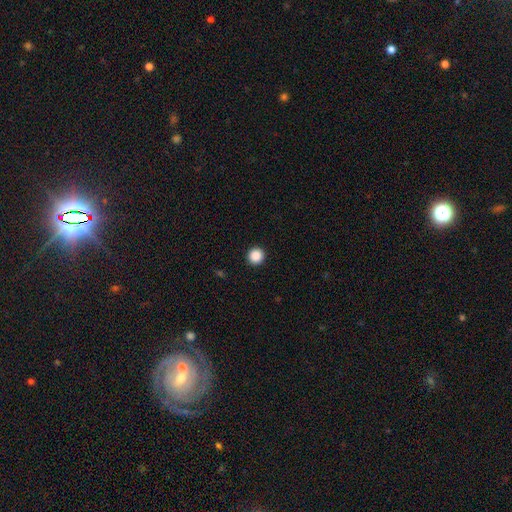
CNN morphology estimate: Smooth or featured?
  - smooth: 88% *
  - star or artifact: 9%
  - featured or disk: 2%
How rounded?
  - round: 96% *
  - in between: 3%
  - cigar-shaped: 1%
Merging?
  - none: 94% *
  - minor disturbance: 4%
  - major disturbance: 1%
  - merger: 1%